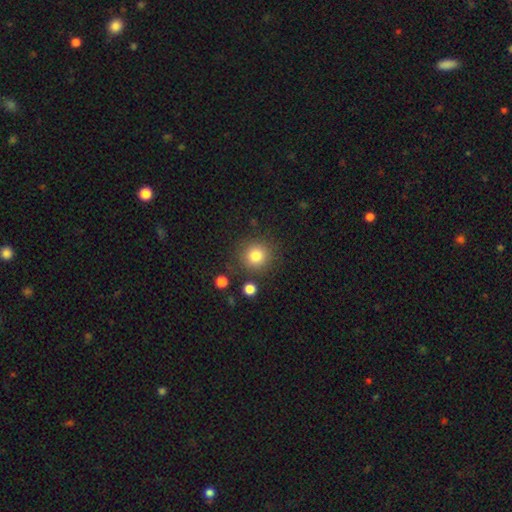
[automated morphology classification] Q: Smooth or featured?
A: smooth (82%); runner-up: star or artifact (11%)
Q: How rounded?
A: round (91%); runner-up: in between (8%)
Q: Merging?
A: none (84%); runner-up: minor disturbance (9%)